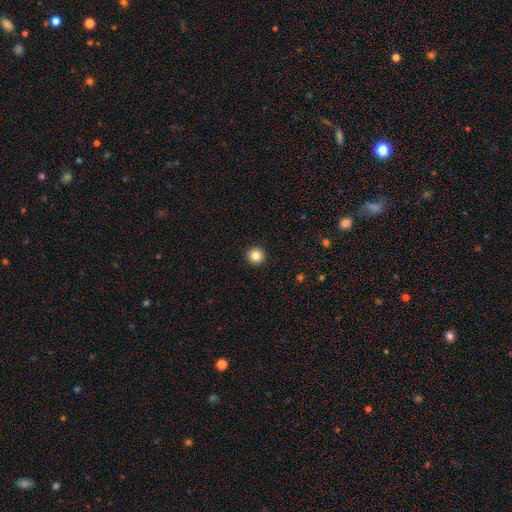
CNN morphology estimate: smooth-or-featured: smooth: 84% | star or artifact: 11% | featured or disk: 5%
  how-rounded: round: 96% | in between: 3% | cigar-shaped: 1%
  merging: none: 94% | minor disturbance: 4% | major disturbance: 1% | merger: 1%